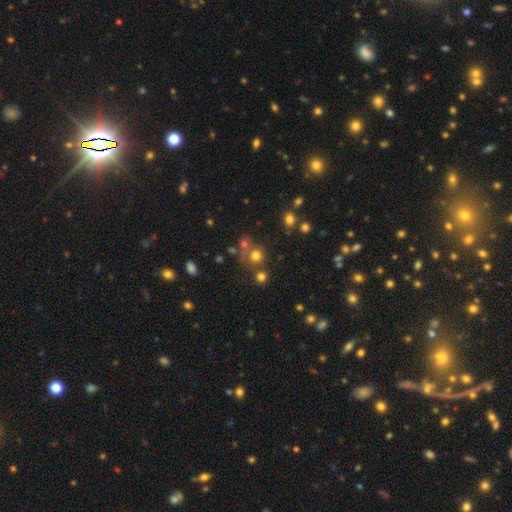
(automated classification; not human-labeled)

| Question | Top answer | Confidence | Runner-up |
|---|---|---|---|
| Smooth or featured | smooth | 69% | star or artifact (21%) |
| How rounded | round | 89% | in between (10%) |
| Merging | none | 62% | merger (24%) |